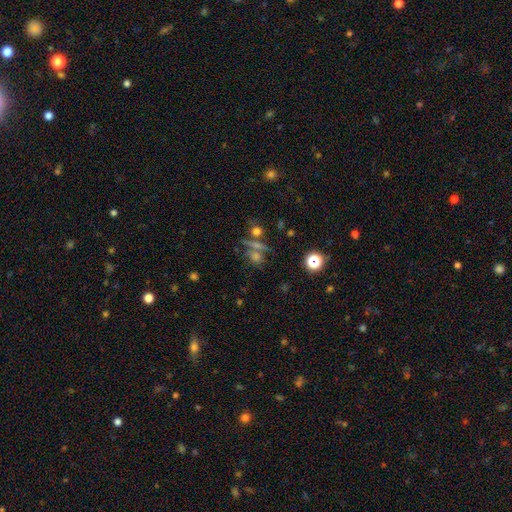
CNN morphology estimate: This is marginally a smooth galaxy (42%). Merging: possibly none (55%).